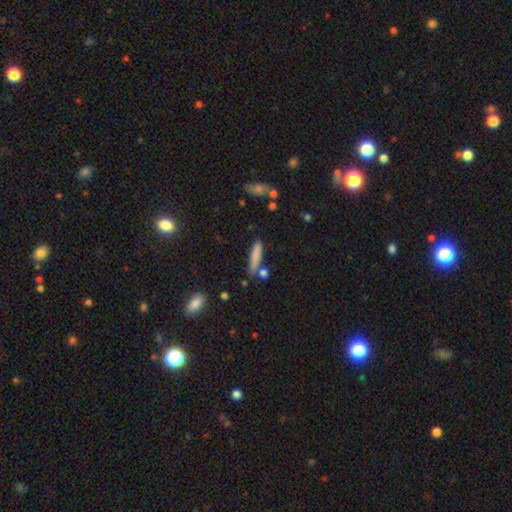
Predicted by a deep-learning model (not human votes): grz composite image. It shows a smooth galaxy with no disk features (76%) that is cigar-shaped (89%). Merging: none (76%).